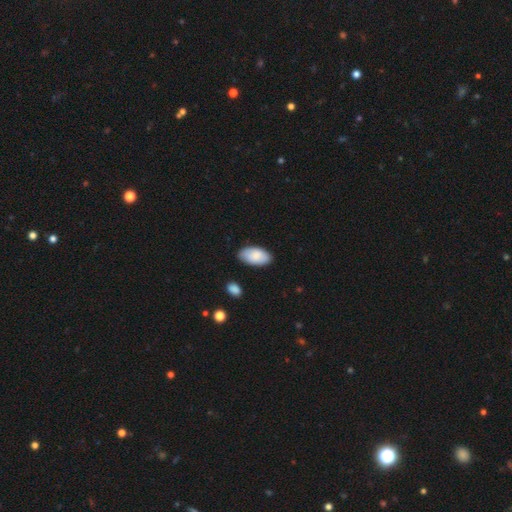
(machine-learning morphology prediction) type=smooth (84%); roundness=in between (96%); merging=none (83%).